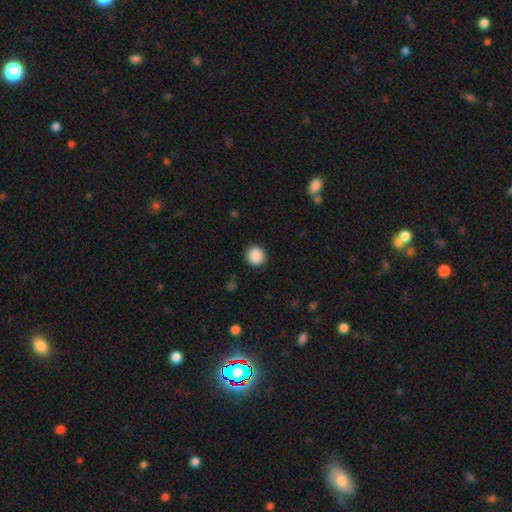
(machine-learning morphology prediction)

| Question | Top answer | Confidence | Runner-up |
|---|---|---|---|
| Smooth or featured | smooth | 89% | star or artifact (9%) |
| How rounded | round | 92% | in between (7%) |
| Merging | none | 91% | minor disturbance (6%) |